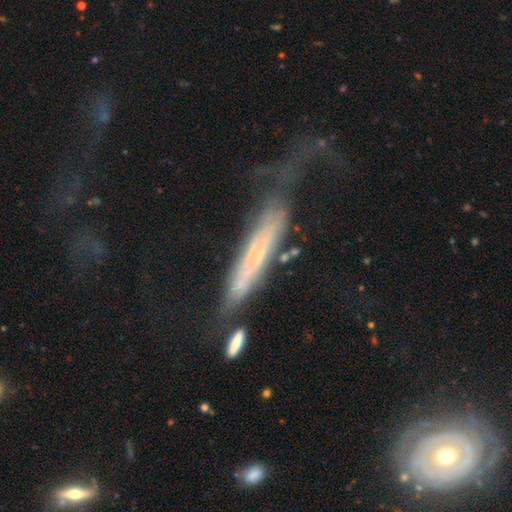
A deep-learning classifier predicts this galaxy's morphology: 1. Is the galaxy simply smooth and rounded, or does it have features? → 59% featured or disk, 32% smooth, 9% star or artifact.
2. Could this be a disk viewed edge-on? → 59% yes, 41% no.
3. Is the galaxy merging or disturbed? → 36% major disturbance, 32% none, 22% minor disturbance, 10% merger.